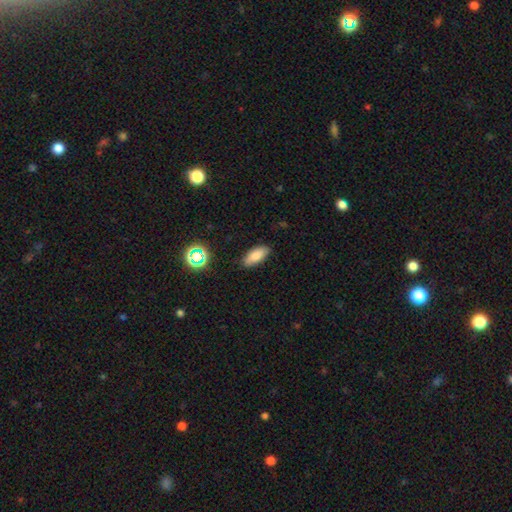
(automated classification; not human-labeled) A smooth galaxy with no disk features (80%) that is in between round and cigar-shaped (84%). Merging: none (84%).